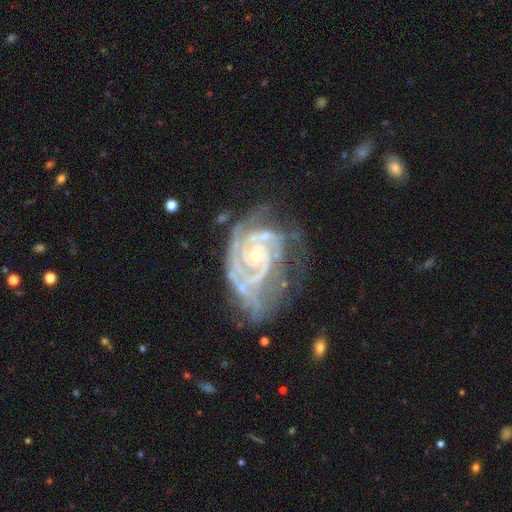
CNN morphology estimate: Smooth or featured? Predicted: featured or disk (p=0.92). Edge-on disk? Predicted: no (p=0.98). Bar? Predicted: no (p=0.66). Spiral arms? Predicted: yes (p=0.98). Spiral winding? Predicted: tight (p=0.77). Spiral arm count? Predicted: 2 (p=0.48). Bulge size? Predicted: small (p=0.59). Merging? Predicted: none (p=0.46).